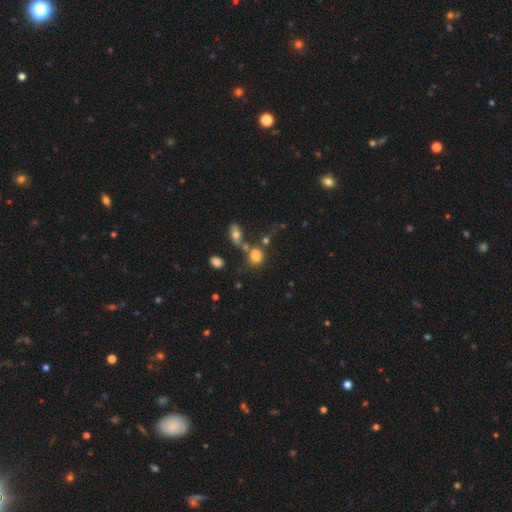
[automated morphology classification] type=smooth (77%); roundness=round (62%); merging=none (56%).